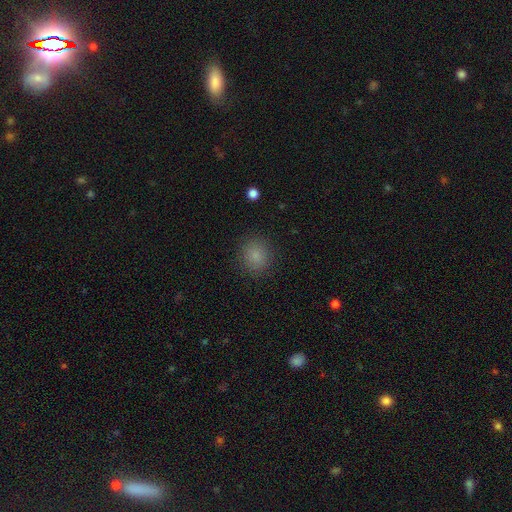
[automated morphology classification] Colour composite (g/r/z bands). It shows a smooth galaxy with no disk features (84%) that is round (86%). Merging: none (88%).